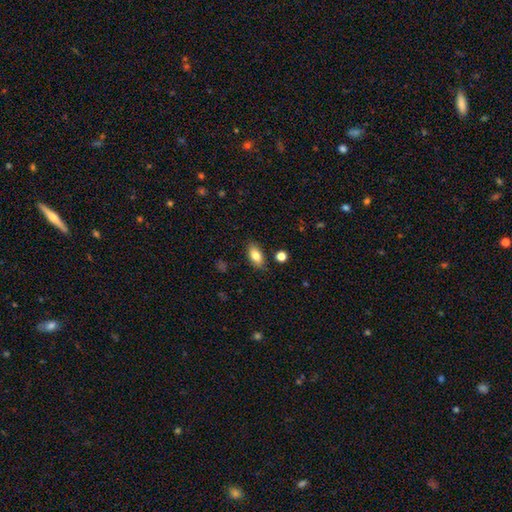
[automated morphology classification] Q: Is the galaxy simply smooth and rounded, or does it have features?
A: smooth — 82%.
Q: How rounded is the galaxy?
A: in between — 89%.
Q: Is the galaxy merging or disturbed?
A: none — 83%.